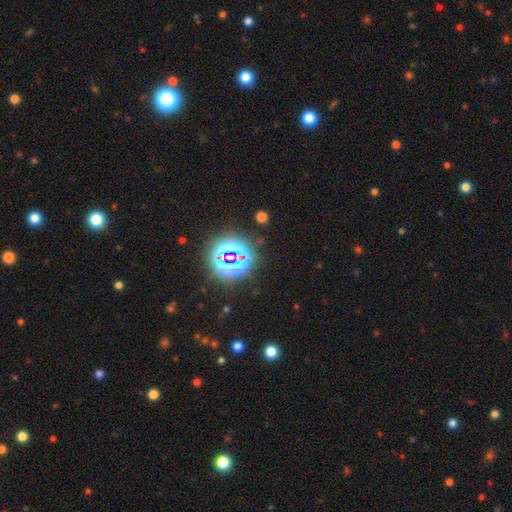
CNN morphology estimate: Smooth or featured: star or artifact — 83% (smooth — 11%)